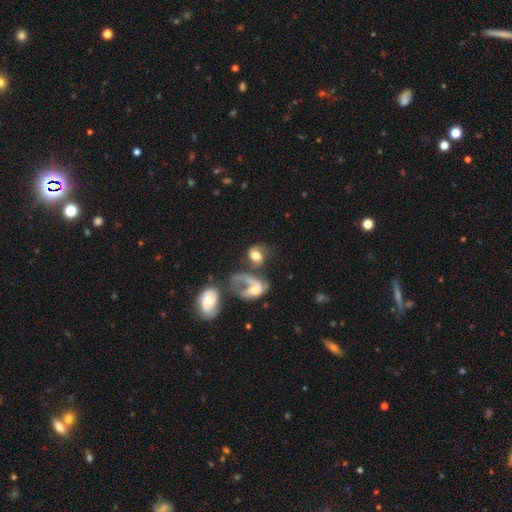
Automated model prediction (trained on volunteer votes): smooth 58%, featured or disk 32%, star or artifact 10%. Down the decision tree: how rounded — in between (51%); merging — merger (40%).